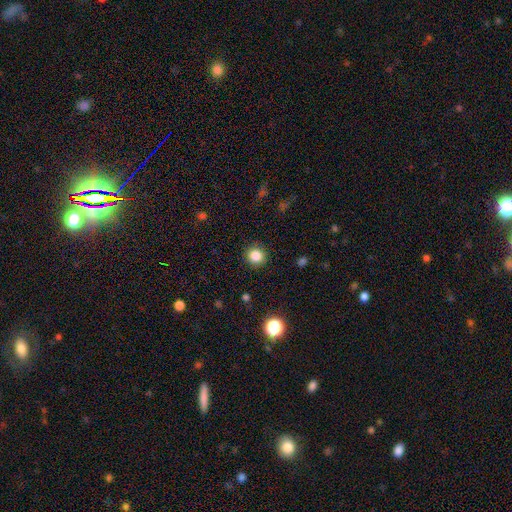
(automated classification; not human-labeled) A smooth galaxy with no disk features (83%) that is round (91%). Merging: none (91%).